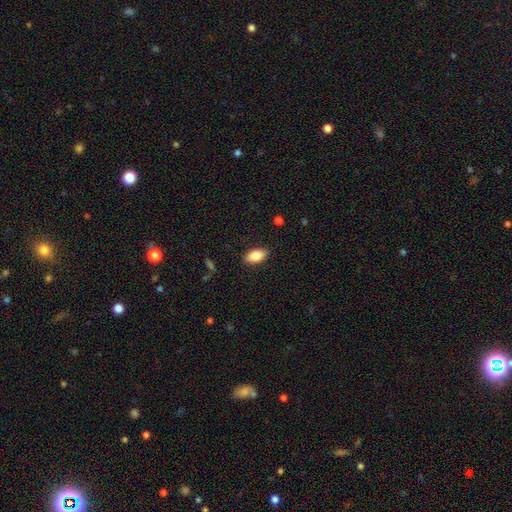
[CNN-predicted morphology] Smooth or featured? Predicted: smooth (p=0.83). How rounded? Predicted: in between (p=0.90). Merging? Predicted: none (p=0.87).